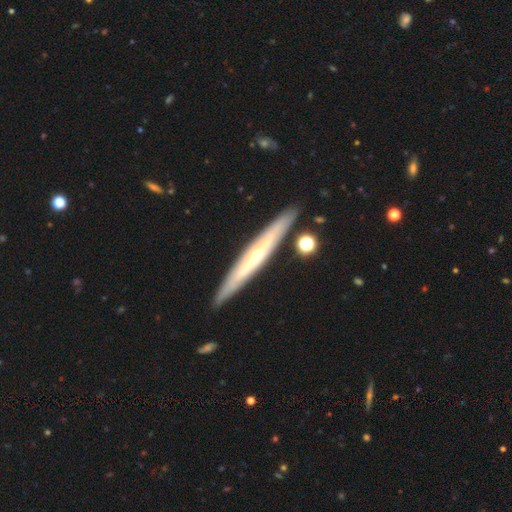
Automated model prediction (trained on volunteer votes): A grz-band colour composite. It shows a featured or disk galaxy (70%) viewed edge-on (90%) with a rounded central bulge (66%). Merging: none (89%).